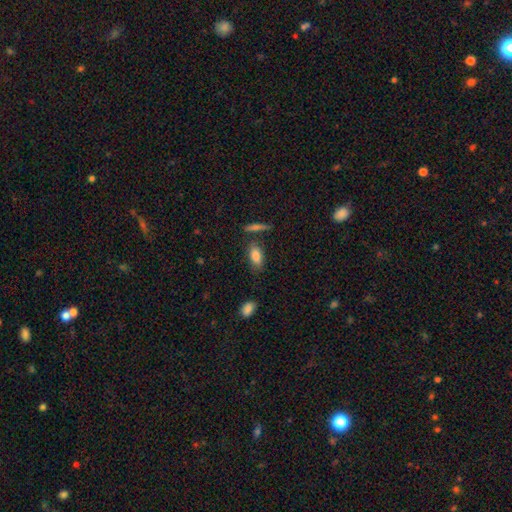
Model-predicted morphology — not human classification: type=smooth (82%); roundness=in between (84%); merging=none (73%).